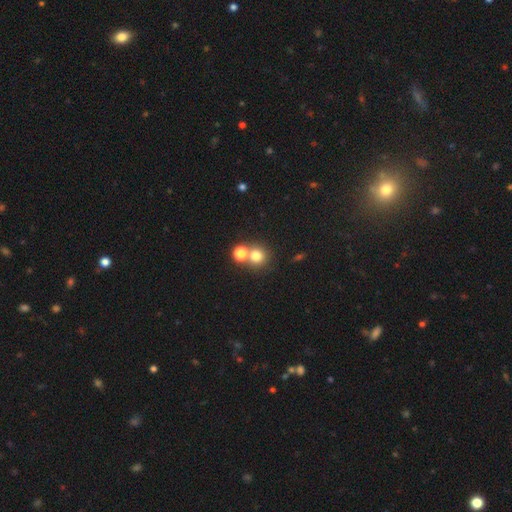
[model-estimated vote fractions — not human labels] Smooth or featured? smooth (75%)
How rounded? round (89%)
Merging? none (55%)